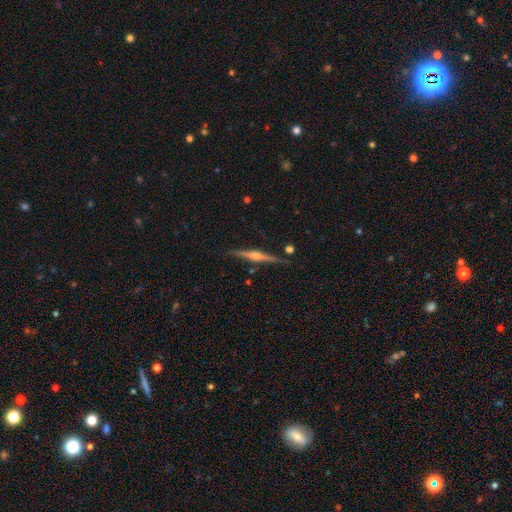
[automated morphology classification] smooth-or-featured: featured or disk: 81% | smooth: 13% | star or artifact: 6%
  disk-edge-on: yes: 98% | no: 2%
    edge-on-bulge: rounded: 85% | boxy: 8% | none: 7%
  merging: none: 88% | minor disturbance: 8% | merger: 2% | major disturbance: 2%